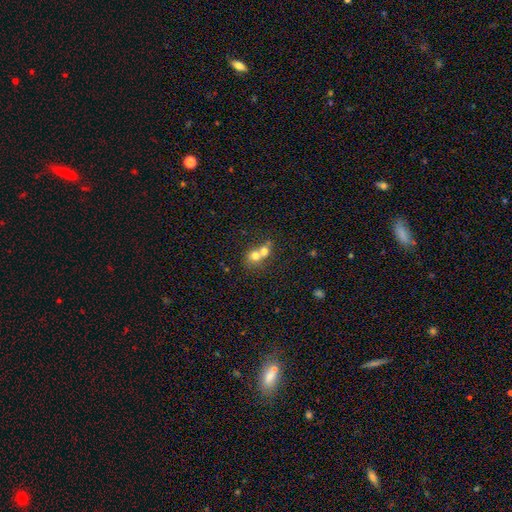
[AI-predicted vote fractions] Morphology: type=smooth (71%); roundness=round (74%); merging=merger (67%).